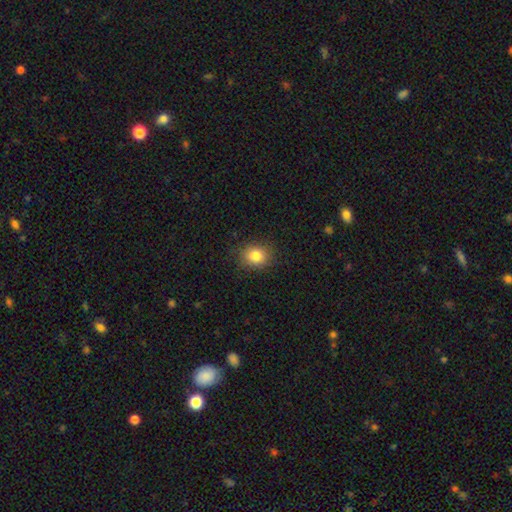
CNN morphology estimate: A smooth galaxy with no disk features (83%) that is round (70%). Merging: none (87%).